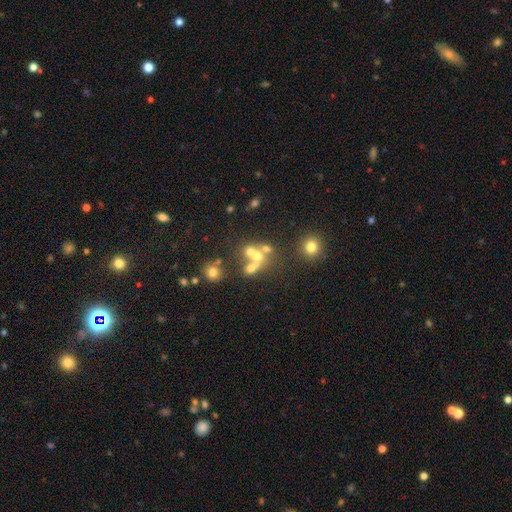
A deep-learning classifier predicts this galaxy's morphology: smooth_or_featured: smooth (p=0.48) [alt: featured or disk p=0.30]
merging: merger (p=0.52) [alt: none p=0.32]